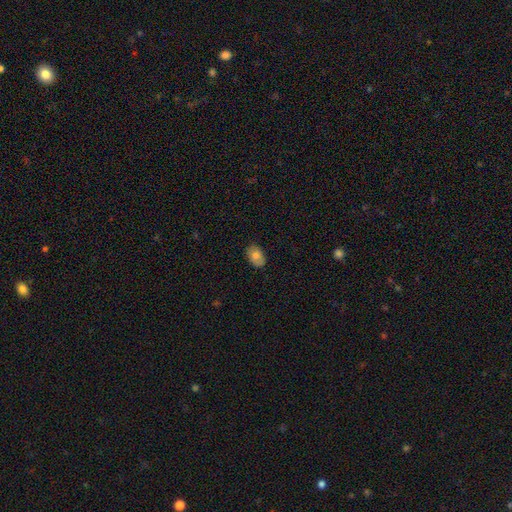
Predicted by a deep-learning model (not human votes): Smooth or featured? smooth (72%)
How rounded? in between (86%)
Merging? none (82%)